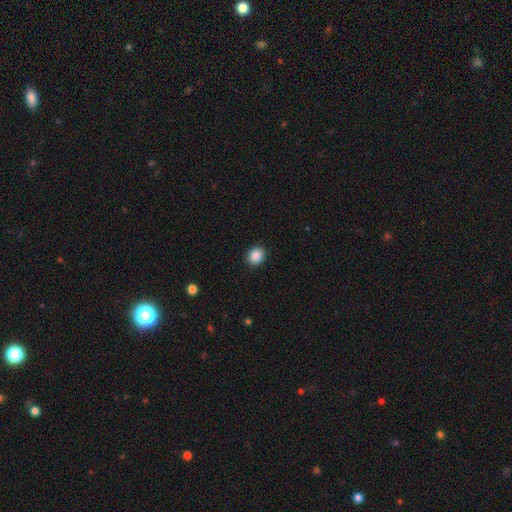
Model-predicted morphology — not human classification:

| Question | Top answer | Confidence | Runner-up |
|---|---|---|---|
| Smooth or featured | smooth | 88% | star or artifact (9%) |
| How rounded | round | 70% | in between (30%) |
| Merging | none | 91% | minor disturbance (6%) |